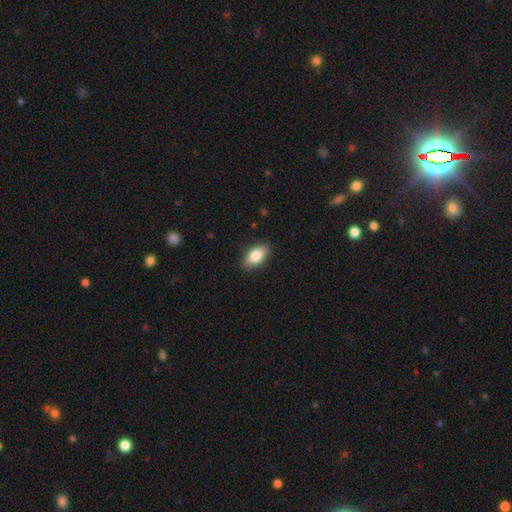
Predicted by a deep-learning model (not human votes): The model was most divided on "smooth or featured": smooth: 84%, featured or disk: 9%, star or artifact: 7%. More confident: how rounded — in between (91%); merging — none (89%).